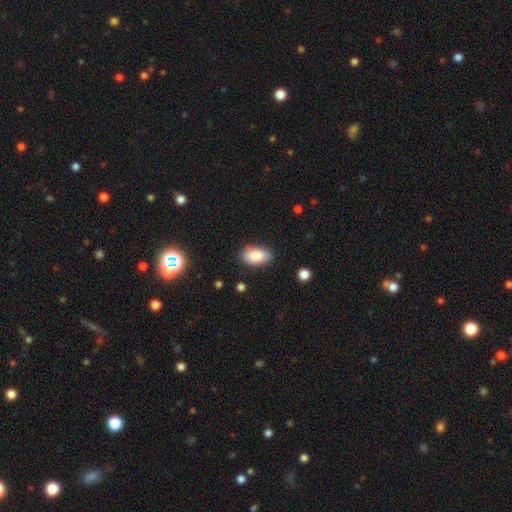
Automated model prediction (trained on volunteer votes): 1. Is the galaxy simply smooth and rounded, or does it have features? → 84% smooth, 8% featured or disk, 7% star or artifact.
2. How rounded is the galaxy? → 93% in between, 6% round, 2% cigar-shaped.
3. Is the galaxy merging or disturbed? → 79% none, 16% minor disturbance, 3% major disturbance, 2% merger.